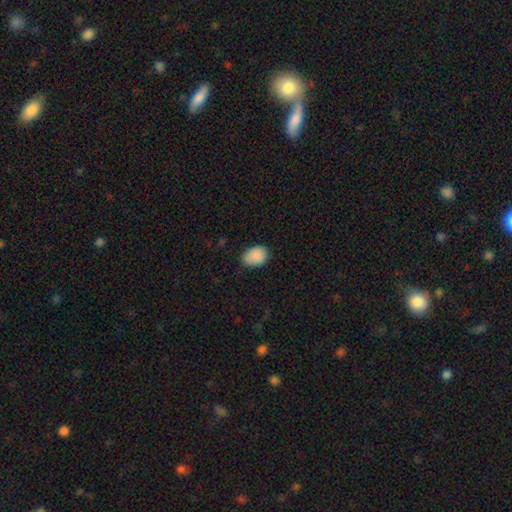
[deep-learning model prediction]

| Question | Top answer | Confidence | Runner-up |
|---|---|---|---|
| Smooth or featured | smooth | 89% | star or artifact (7%) |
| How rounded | in between | 75% | round (25%) |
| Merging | none | 78% | minor disturbance (18%) |